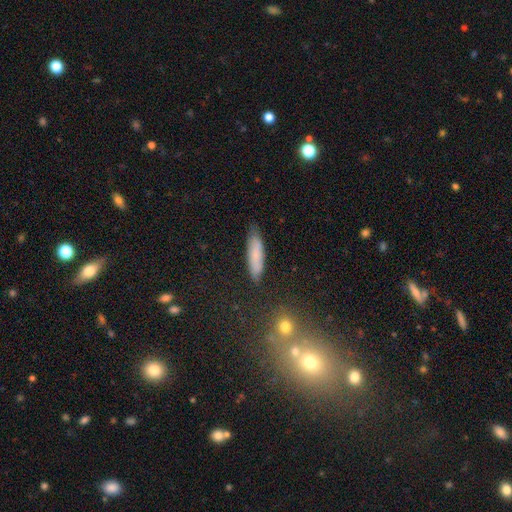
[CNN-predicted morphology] Smooth or featured? Predicted: smooth (p=0.74). How rounded? Predicted: cigar-shaped (p=0.77). Merging? Predicted: none (p=0.80).